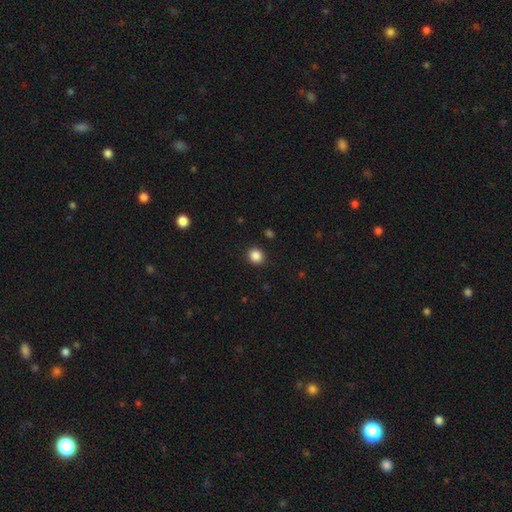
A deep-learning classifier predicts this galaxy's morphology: This is clearly a smooth galaxy (86%). How rounded: clearly round (86%). Merging: clearly none (91%).